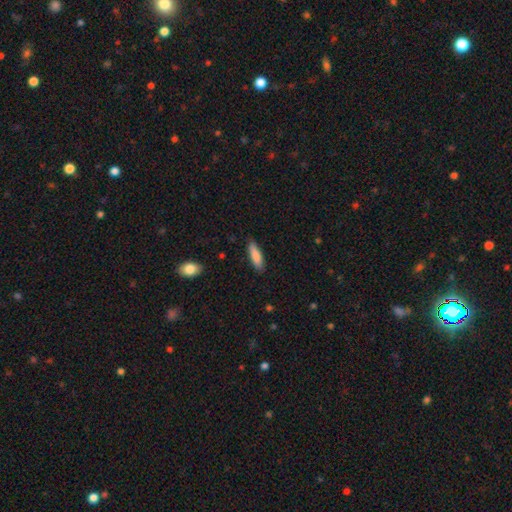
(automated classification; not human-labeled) A smooth galaxy with no disk features (84%) that is cigar-shaped (61%). Merging: none (86%).